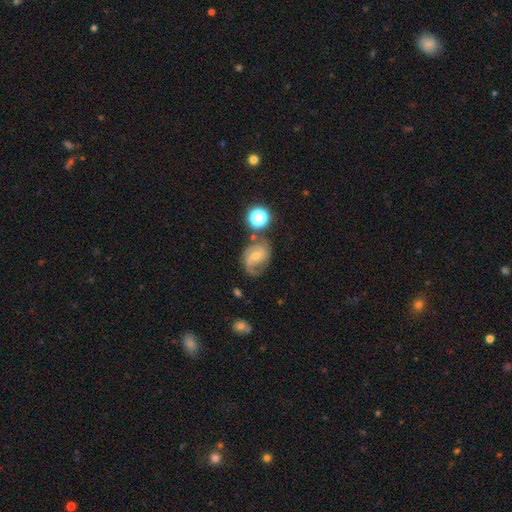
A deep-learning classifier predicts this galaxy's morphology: This is likely a featured or disk galaxy (75%). It is clearly not viewed edge-on (97%). Bar: possibly no (46%). Spiral arm pattern: clearly yes (94%). Spiral arm count: likely 2 (68%). Spiral winding: possibly medium (47%). Central bulge: possibly small (49%). Merging: likely none (64%).